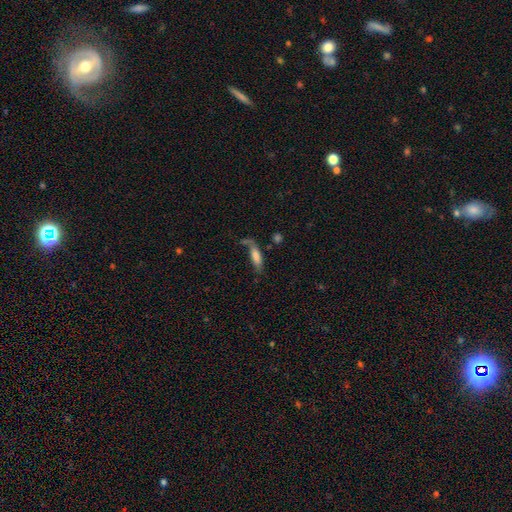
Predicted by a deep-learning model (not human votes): Smooth or featured? Predicted: smooth (p=0.75). How rounded? Predicted: cigar-shaped (p=0.49, tied with in between). Merging? Predicted: none (p=0.47).